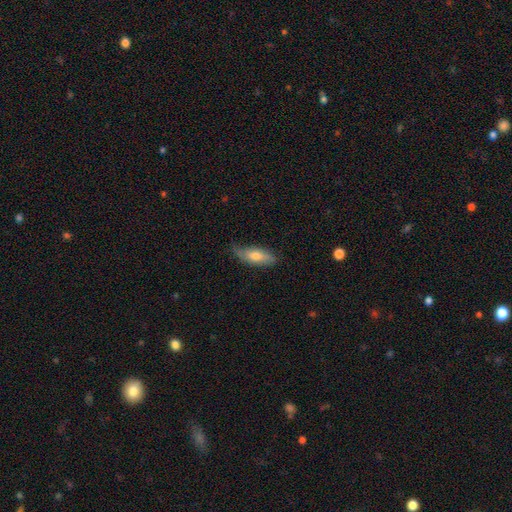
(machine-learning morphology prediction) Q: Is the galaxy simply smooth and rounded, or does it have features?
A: smooth — 68%.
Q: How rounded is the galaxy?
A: in between — 61%.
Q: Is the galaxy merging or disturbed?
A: none — 69%.